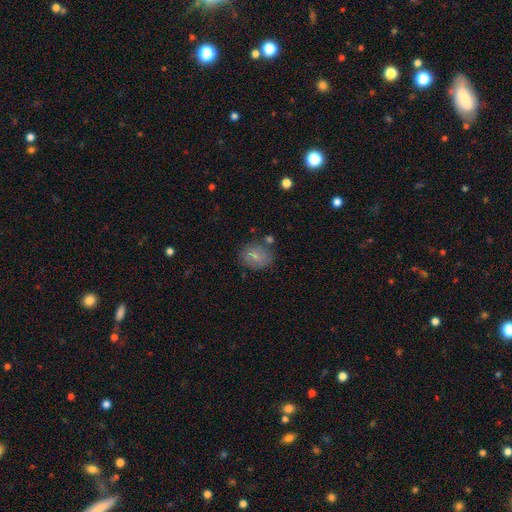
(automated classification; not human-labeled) A smooth galaxy with no disk features (70%) that is in between round and cigar-shaped (55%).

Vote fractions:
- Smooth or featured? smooth: 70% / featured or disk: 20% / star or artifact: 9%
- How rounded? in between: 55% / round: 43% / cigar-shaped: 1%
- Merging? none: 71% / minor disturbance: 18% / merger: 6% / major disturbance: 5%